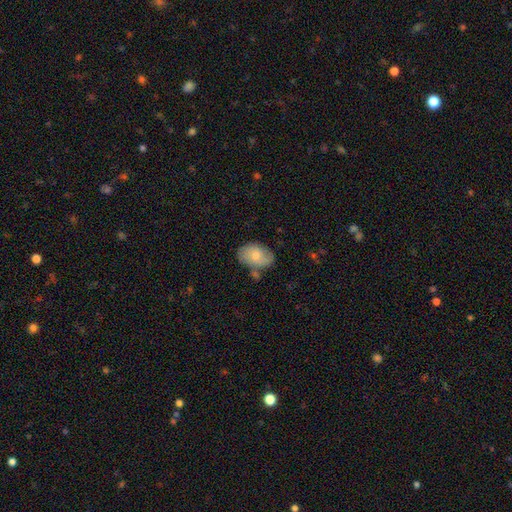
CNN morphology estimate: A smooth galaxy with no disk features (65%) that is in between round and cigar-shaped (85%).

Vote fractions:
- Smooth or featured? smooth: 65% / featured or disk: 28% / star or artifact: 7%
- How rounded? in between: 85% / round: 13% / cigar-shaped: 1%
- Merging? none: 64% / minor disturbance: 22% / merger: 8% / major disturbance: 6%